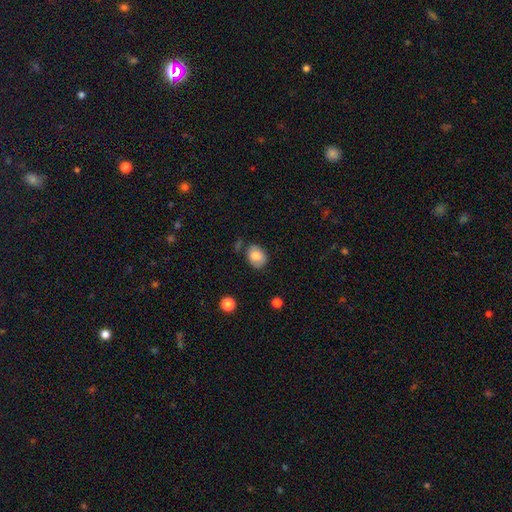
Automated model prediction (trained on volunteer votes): Smooth or featured: smooth — 79% (featured or disk — 12%)
How rounded: in between — 59% (round — 40%)
Merging: none — 69% (minor disturbance — 20%)